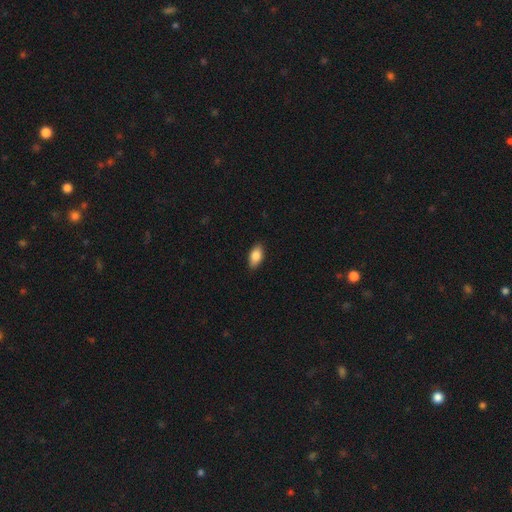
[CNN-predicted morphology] A smooth galaxy with no disk features (85%) that is in between round and cigar-shaped (92%).

Vote fractions:
- Smooth or featured? smooth: 85% / featured or disk: 9% / star or artifact: 7%
- How rounded? in between: 92% / cigar-shaped: 5% / round: 3%
- Merging? none: 88% / minor disturbance: 9% / major disturbance: 2% / merger: 1%